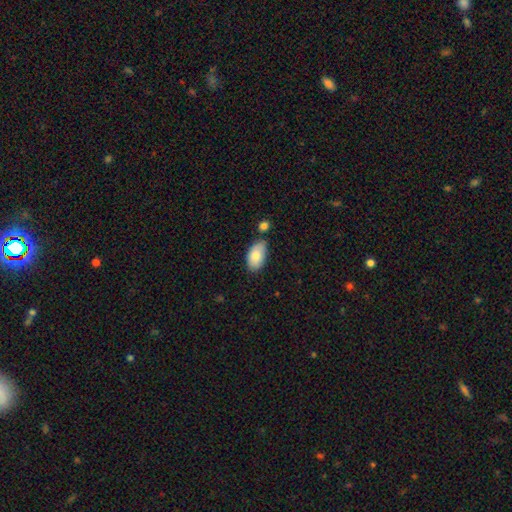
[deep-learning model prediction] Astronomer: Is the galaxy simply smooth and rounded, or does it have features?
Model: smooth — 81%.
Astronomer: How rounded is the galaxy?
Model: in between — 94%.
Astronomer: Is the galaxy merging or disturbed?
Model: none — 66%.